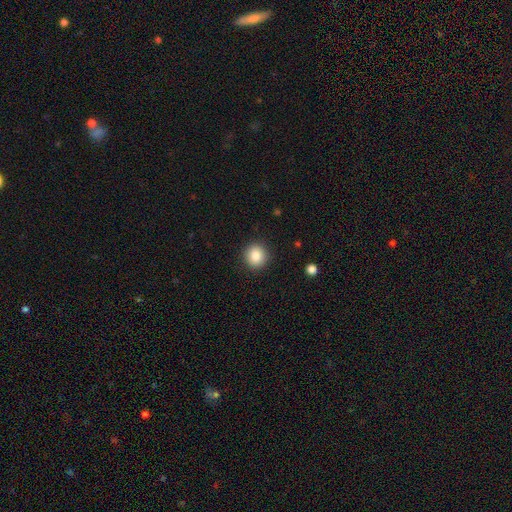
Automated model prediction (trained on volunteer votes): Smooth or featured? Predicted: smooth (p=0.86). How rounded? Predicted: round (p=0.90). Merging? Predicted: none (p=0.91).